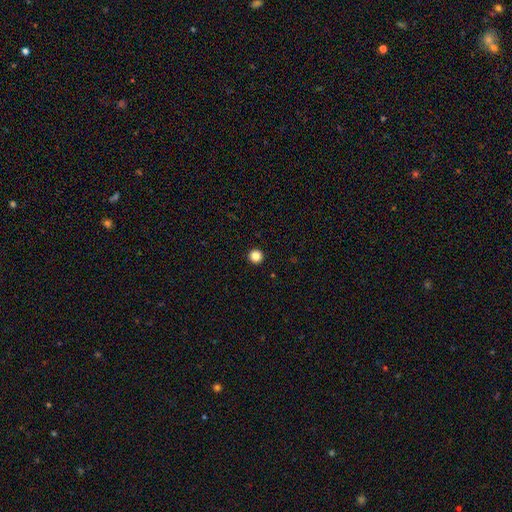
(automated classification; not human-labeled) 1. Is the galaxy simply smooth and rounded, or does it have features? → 86% smooth, 11% star or artifact, 3% featured or disk.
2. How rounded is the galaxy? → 96% round, 3% in between, 1% cigar-shaped.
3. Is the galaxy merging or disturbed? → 94% none, 3% minor disturbance, 1% major disturbance, 1% merger.